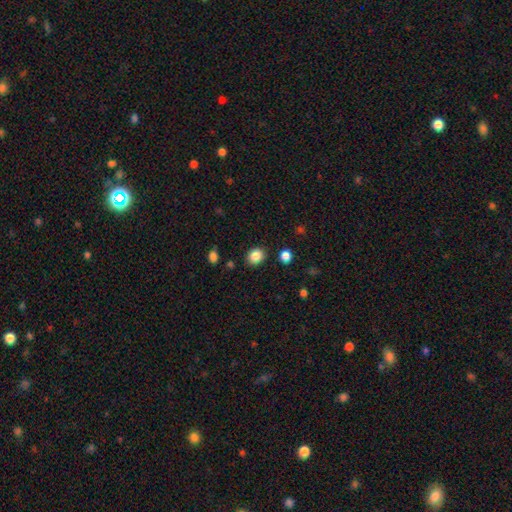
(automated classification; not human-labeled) Overall: smooth (85%). How rounded: round (63%; in between 37%). Merging: none (86%).